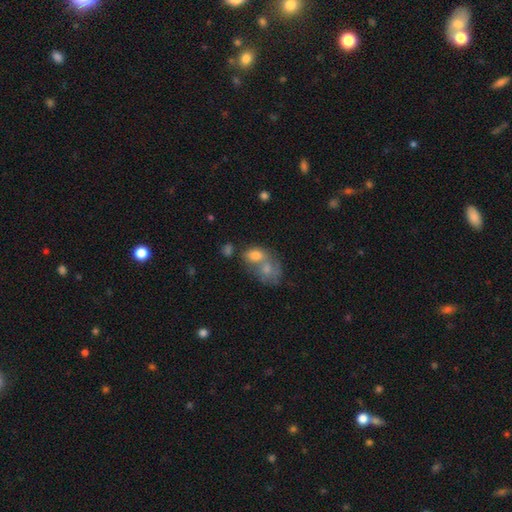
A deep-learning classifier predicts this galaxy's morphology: This appears to be a smooth galaxy with no disk features (68%) that is in between round and cigar-shaped (67%). Merging: merger (65%).